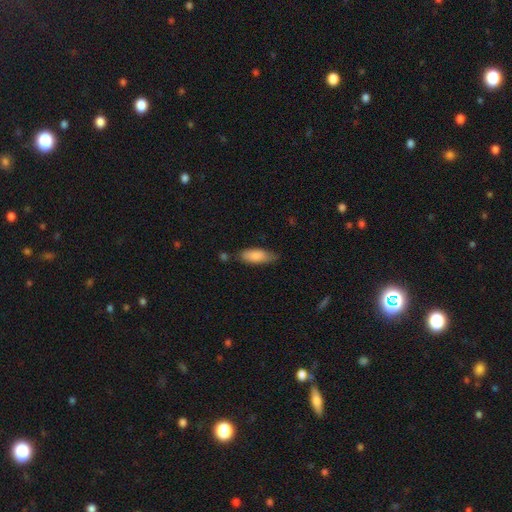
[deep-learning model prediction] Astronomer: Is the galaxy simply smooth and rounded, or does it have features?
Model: smooth — 83%.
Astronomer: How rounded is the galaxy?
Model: in between — 71%.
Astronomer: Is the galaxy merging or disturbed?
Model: none — 68%.